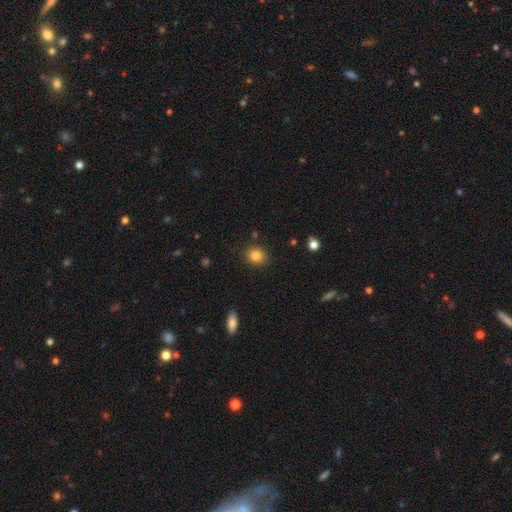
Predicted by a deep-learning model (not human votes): Smooth or featured? smooth (84%)
How rounded? round (68%)
Merging? none (85%)